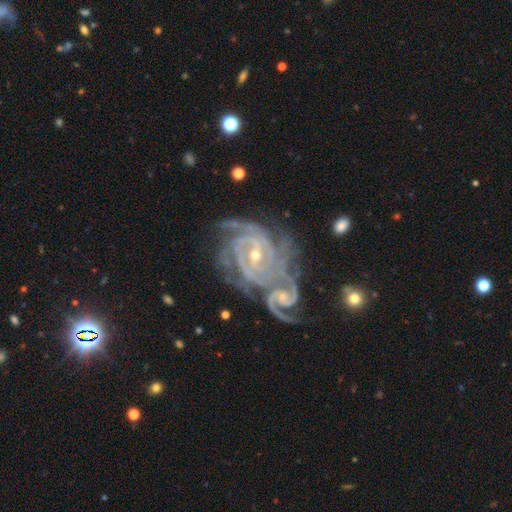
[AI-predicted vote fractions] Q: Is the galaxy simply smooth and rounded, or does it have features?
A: featured or disk — 93%.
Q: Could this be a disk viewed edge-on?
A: no — 98%.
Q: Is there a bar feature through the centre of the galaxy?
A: weak — 41%.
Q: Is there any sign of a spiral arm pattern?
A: yes — 98%.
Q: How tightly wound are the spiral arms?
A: tight — 66%.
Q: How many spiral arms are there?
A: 3 — 33%.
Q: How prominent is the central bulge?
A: small — 62%.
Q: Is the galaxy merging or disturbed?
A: merger — 53%.